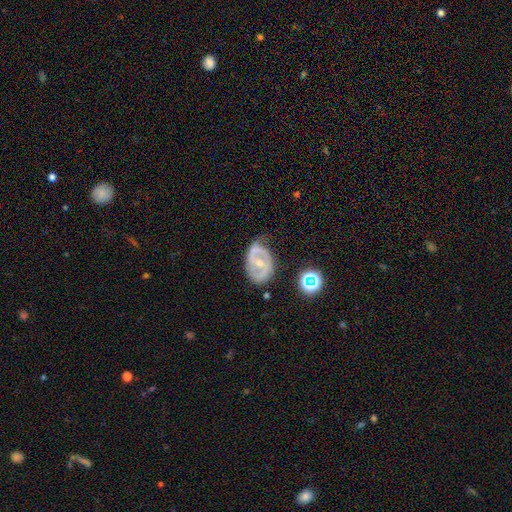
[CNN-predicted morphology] Overall: featured or disk (72%). Edge-on disk: no (95%). Bar: no (45%; weak 35%). Spiral arms: yes (58%; no 42%). Bulge size: small (49%; moderate 48%). Merging: none (59%; minor disturbance 28%).